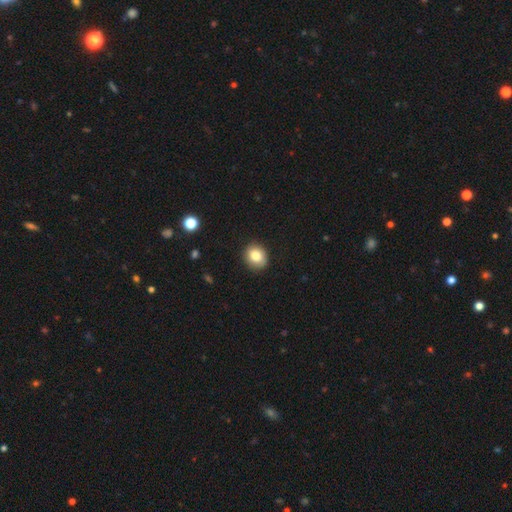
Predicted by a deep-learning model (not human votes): smooth-or-featured: smooth: 83% | star or artifact: 9% | featured or disk: 8%
  how-rounded: round: 68% | in between: 31% | cigar-shaped: 1%
  merging: none: 85% | minor disturbance: 11% | major disturbance: 2% | merger: 1%